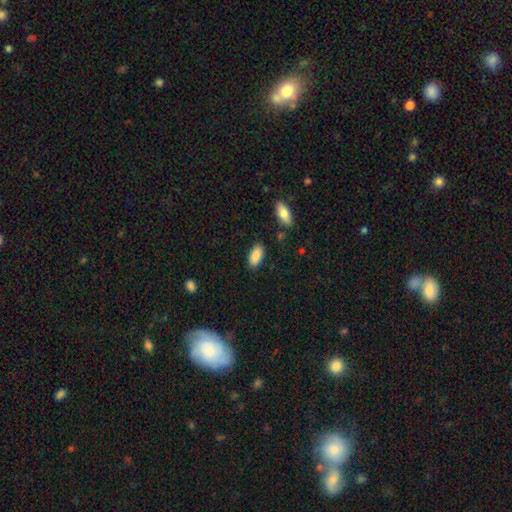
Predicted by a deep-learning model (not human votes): Morphology: type=smooth (88%); roundness=in between (91%); merging=none (84%).